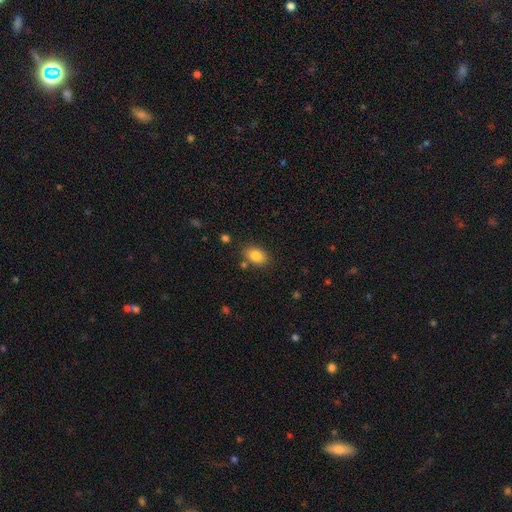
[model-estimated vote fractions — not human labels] smooth-or-featured: smooth: 85% | star or artifact: 9% | featured or disk: 6%
  how-rounded: in between: 81% | round: 17% | cigar-shaped: 1%
  merging: none: 80% | minor disturbance: 12% | merger: 5% | major disturbance: 3%